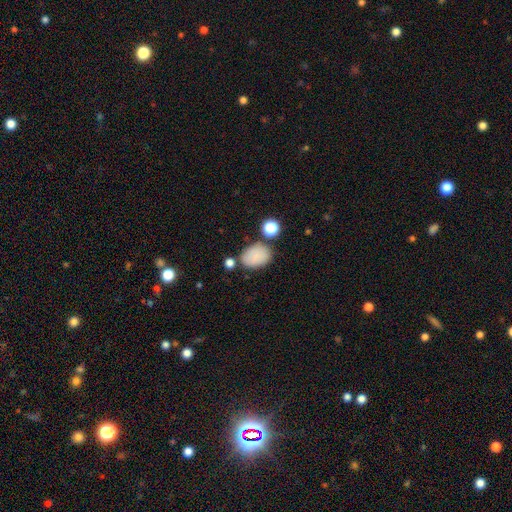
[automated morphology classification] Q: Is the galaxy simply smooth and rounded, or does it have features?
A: smooth — 84%.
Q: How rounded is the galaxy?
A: in between — 83%.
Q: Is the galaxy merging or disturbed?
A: none — 70%.